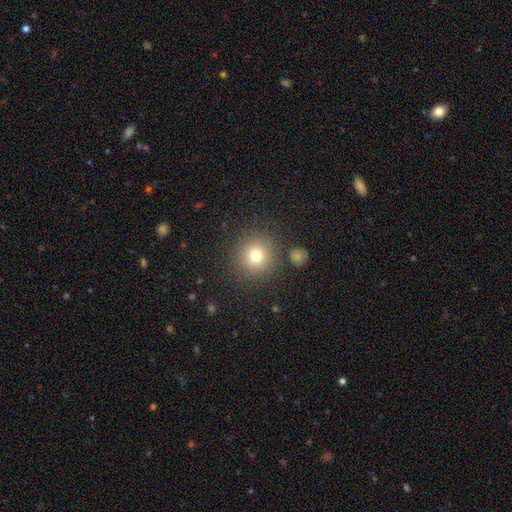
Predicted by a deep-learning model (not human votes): smooth-or-featured: smooth: 76% | star or artifact: 15% | featured or disk: 9%
  how-rounded: round: 93% | in between: 6% | cigar-shaped: 1%
  merging: none: 87% | minor disturbance: 7% | major disturbance: 3% | merger: 3%